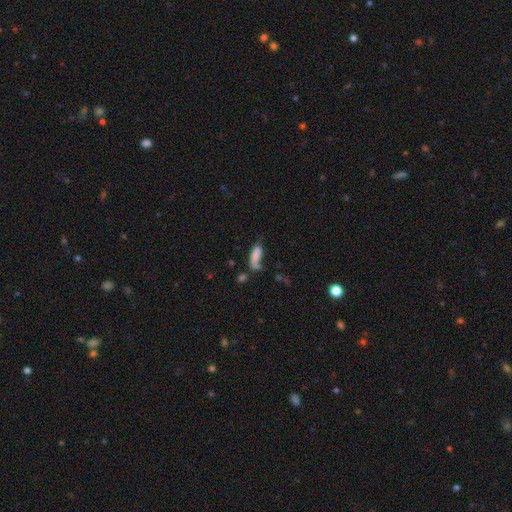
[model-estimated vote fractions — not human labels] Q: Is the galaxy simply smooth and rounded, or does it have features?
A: smooth — 75%.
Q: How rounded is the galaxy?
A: in between — 66%.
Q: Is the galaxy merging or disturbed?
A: none — 33%.